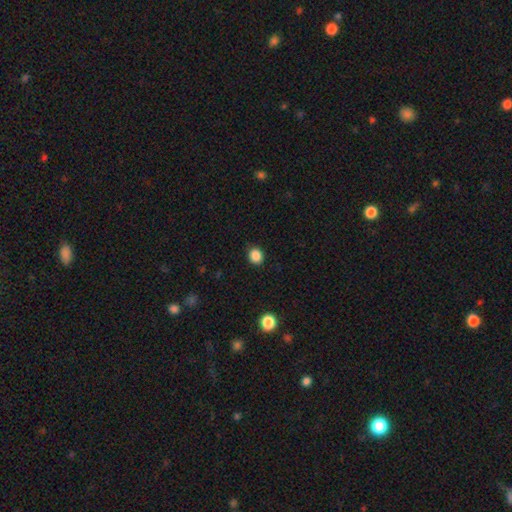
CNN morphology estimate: smooth 87%, star or artifact 10%, featured or disk 3%. Down the decision tree: how rounded — round (70%); merging — none (88%).